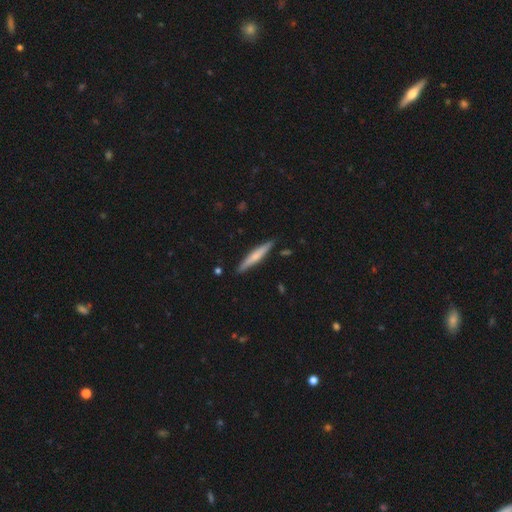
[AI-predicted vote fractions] Overall: smooth (55%; featured or disk 39%). How rounded: cigar-shaped (93%). Merging: none (88%).